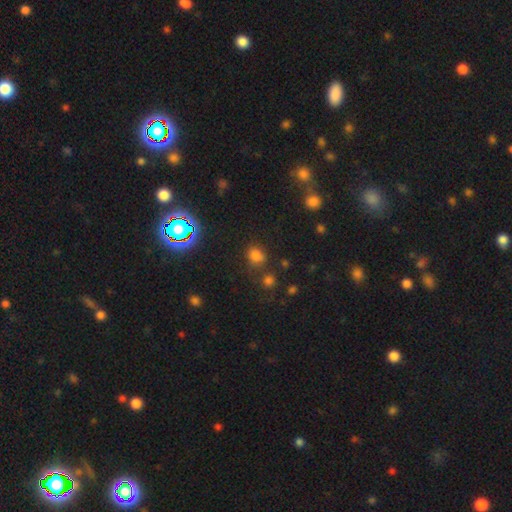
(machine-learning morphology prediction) This is likely a smooth galaxy (69%). How rounded: possibly in between (50%). Merging: likely none (69%).